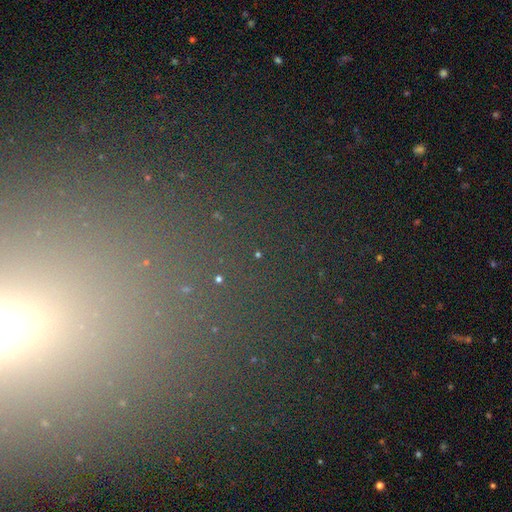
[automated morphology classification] smooth-or-featured: star or artifact: 71% | smooth: 19% | featured or disk: 11%